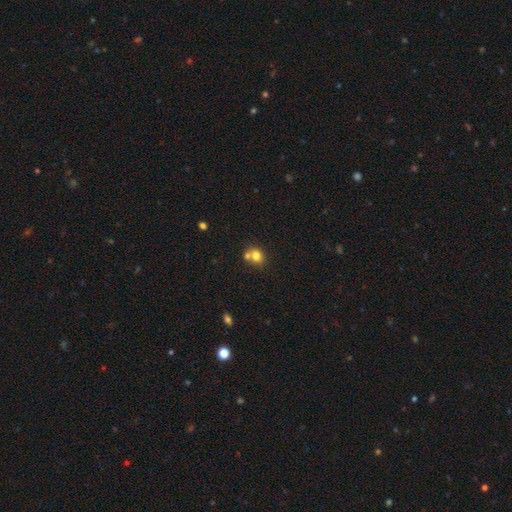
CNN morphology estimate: Q: Smooth or featured?
A: smooth (77%); runner-up: featured or disk (12%)
Q: How rounded?
A: round (66%); runner-up: in between (33%)
Q: Merging?
A: merger (45%); runner-up: none (44%)